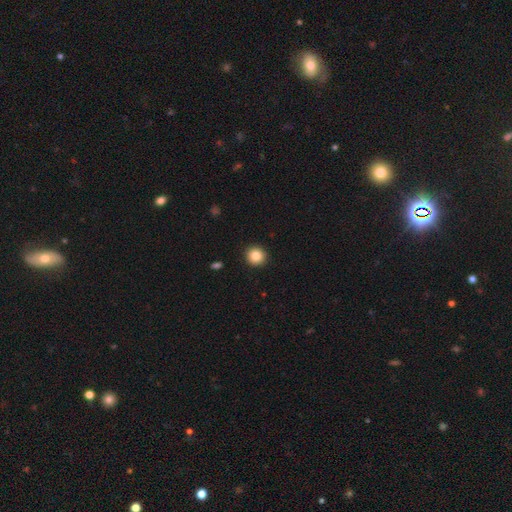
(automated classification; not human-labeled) Morphology: type=smooth (85%); roundness=round (94%); merging=none (93%).